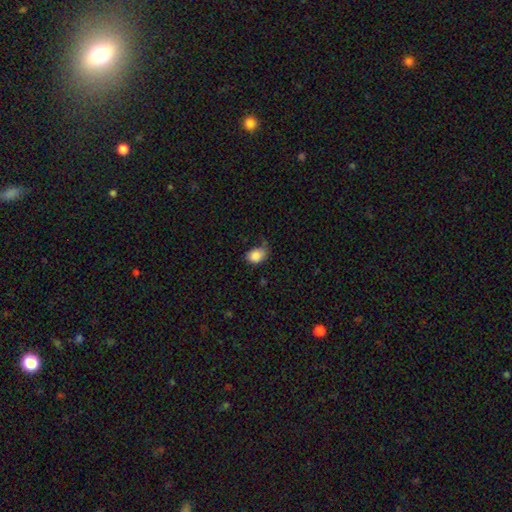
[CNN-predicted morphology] This is clearly a smooth galaxy (85%). How rounded: likely in between (66%). Merging: possibly none (46%).